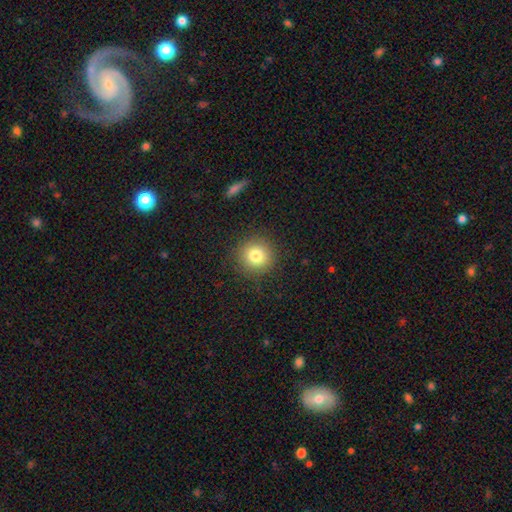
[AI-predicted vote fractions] smooth 80%, star or artifact 11%, featured or disk 8%. Down the decision tree: how rounded — round (92%); merging — none (89%).